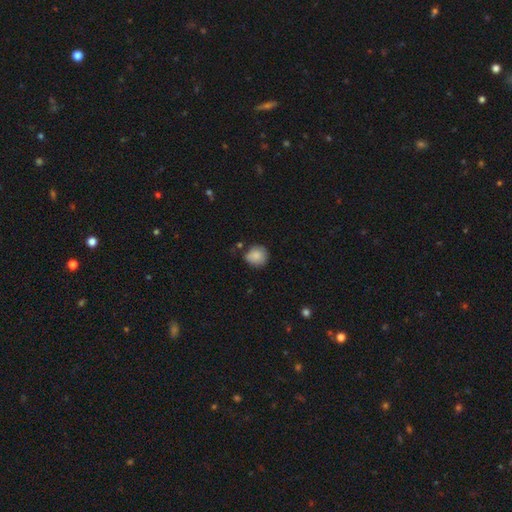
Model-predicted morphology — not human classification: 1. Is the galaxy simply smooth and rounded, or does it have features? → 84% smooth, 8% star or artifact, 7% featured or disk.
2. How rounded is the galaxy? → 87% round, 12% in between, 1% cigar-shaped.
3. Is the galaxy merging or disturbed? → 72% none, 21% minor disturbance, 4% merger, 4% major disturbance.